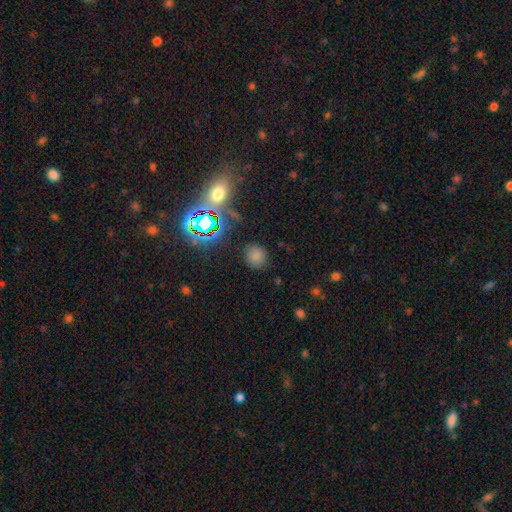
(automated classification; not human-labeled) The model was most divided on "smooth or featured": smooth: 70%, star or artifact: 23%, featured or disk: 6%. More confident: merging — none (83%); how rounded — round (79%).